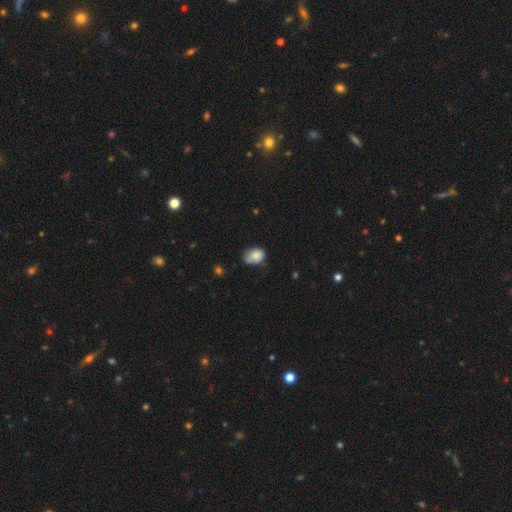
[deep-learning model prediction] Q: Smooth or featured?
A: smooth (79%); runner-up: featured or disk (13%)
Q: How rounded?
A: in between (71%); runner-up: round (28%)
Q: Merging?
A: none (45%); runner-up: minor disturbance (41%)